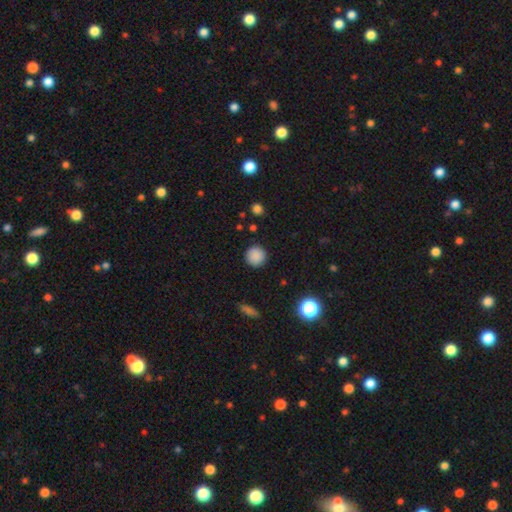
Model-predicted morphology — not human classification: type=smooth (87%); roundness=round (95%); merging=none (90%).